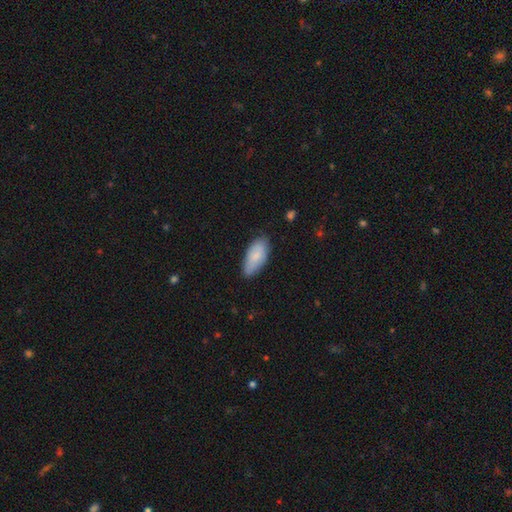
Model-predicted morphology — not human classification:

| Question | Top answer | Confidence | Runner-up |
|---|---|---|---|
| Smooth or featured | smooth | 82% | featured or disk (12%) |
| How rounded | in between | 90% | cigar-shaped (8%) |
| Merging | none | 76% | minor disturbance (20%) |